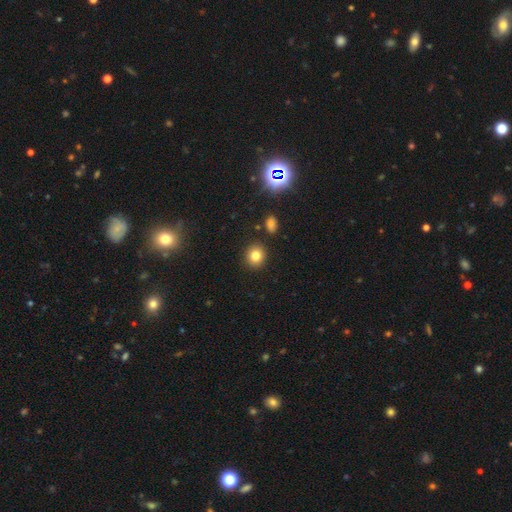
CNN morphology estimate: Q: Smooth or featured?
A: smooth (81%); runner-up: star or artifact (12%)
Q: How rounded?
A: round (81%); runner-up: in between (18%)
Q: Merging?
A: none (89%); runner-up: minor disturbance (7%)